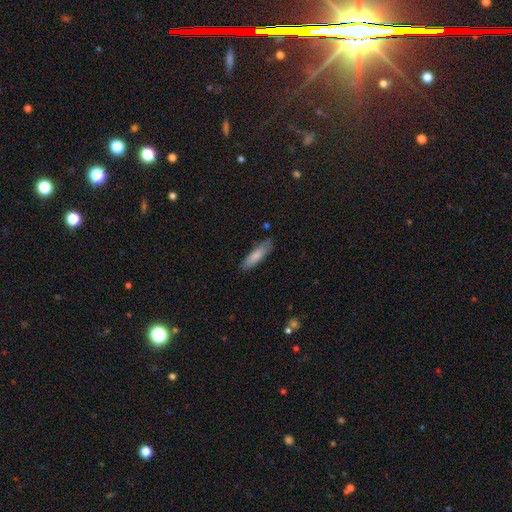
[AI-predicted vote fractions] A smooth galaxy with no disk features (80%) that is cigar-shaped (67%).

Vote fractions:
- Smooth or featured? smooth: 80% / featured or disk: 14% / star or artifact: 6%
- How rounded? cigar-shaped: 67% / in between: 31% / round: 1%
- Merging? none: 80% / minor disturbance: 15% / major disturbance: 3% / merger: 2%